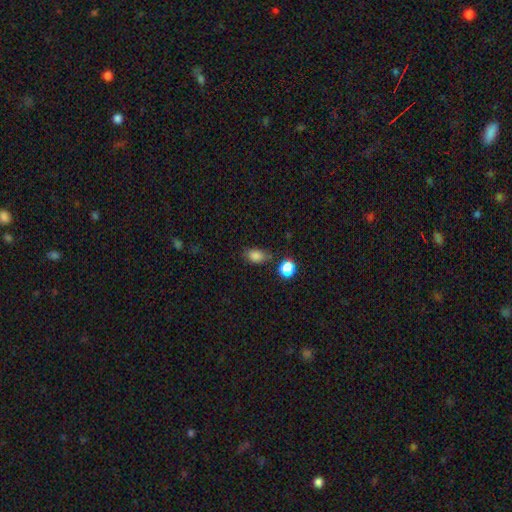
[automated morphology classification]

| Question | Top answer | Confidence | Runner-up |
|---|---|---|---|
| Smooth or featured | smooth | 82% | star or artifact (12%) |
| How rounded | in between | 78% | round (20%) |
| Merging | none | 67% | minor disturbance (22%) |